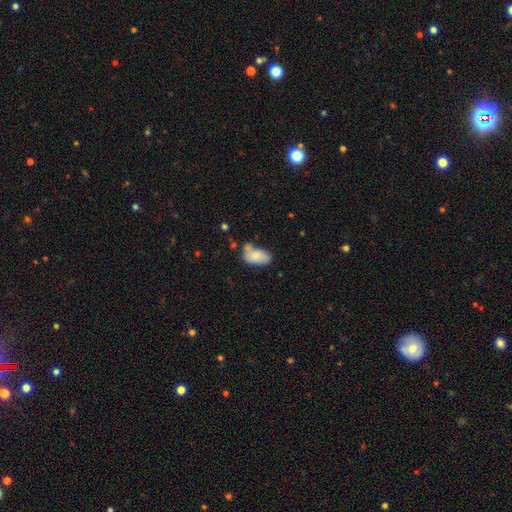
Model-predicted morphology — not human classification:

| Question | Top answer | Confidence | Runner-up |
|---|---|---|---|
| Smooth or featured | smooth | 72% | featured or disk (21%) |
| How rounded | in between | 92% | round (6%) |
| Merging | none | 41% | minor disturbance (30%) |